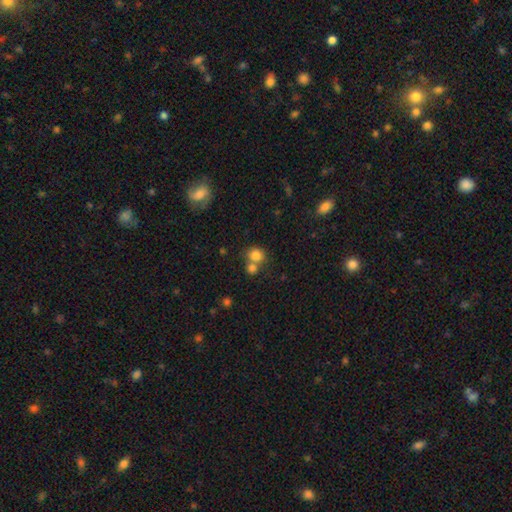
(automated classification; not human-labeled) smooth 80%, star or artifact 12%, featured or disk 8%. Down the decision tree: how rounded — round (73%); merging — none (47%).